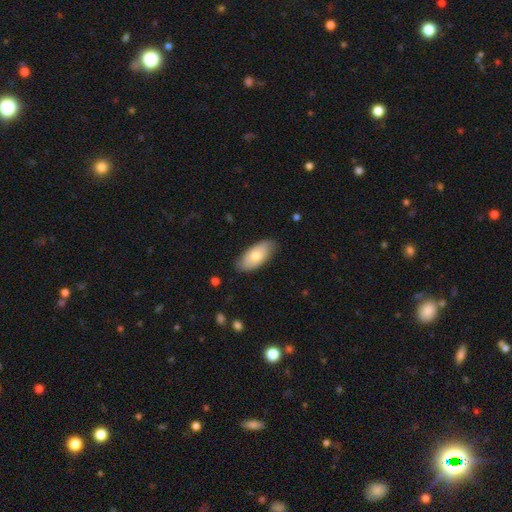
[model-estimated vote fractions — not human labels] smooth 69%, featured or disk 25%, star or artifact 6%. Down the decision tree: how rounded — in between (92%); merging — none (78%).